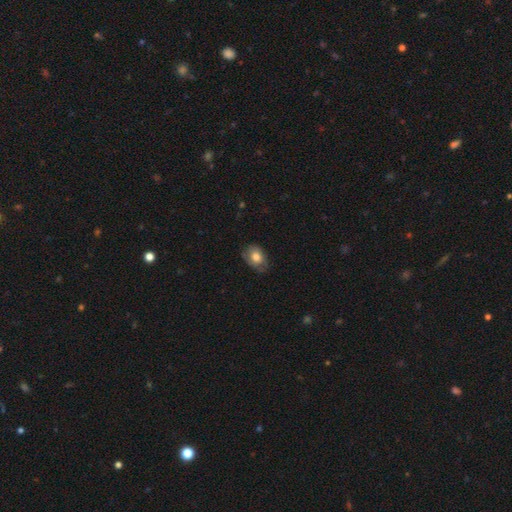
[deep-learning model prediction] The model was most divided on "merging": none: 65%, minor disturbance: 27%, major disturbance: 7%, merger: 1%. More confident: smooth or featured — smooth (73%); how rounded — in between (69%).